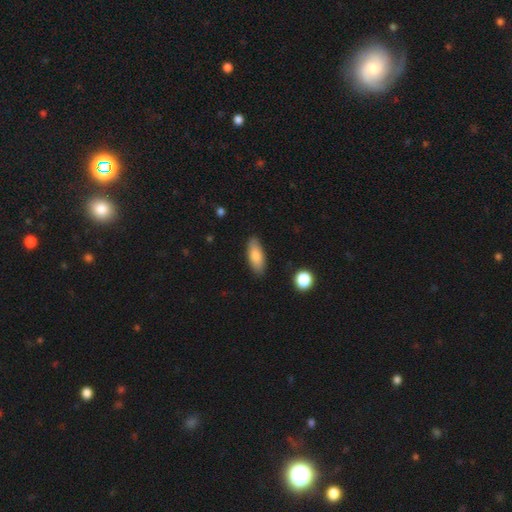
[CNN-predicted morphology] Smooth or featured: smooth — 82% (featured or disk — 12%)
How rounded: in between — 75% (cigar-shaped — 22%)
Merging: none — 86% (minor disturbance — 10%)